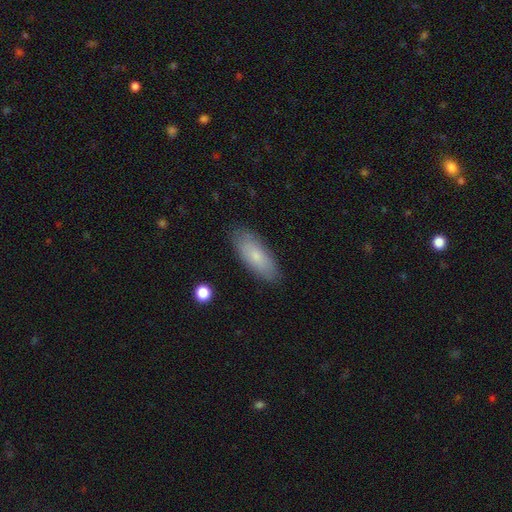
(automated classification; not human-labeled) This appears to be a smooth galaxy with no disk features (75%) that is in between round and cigar-shaped (75%). Merging: none (84%).